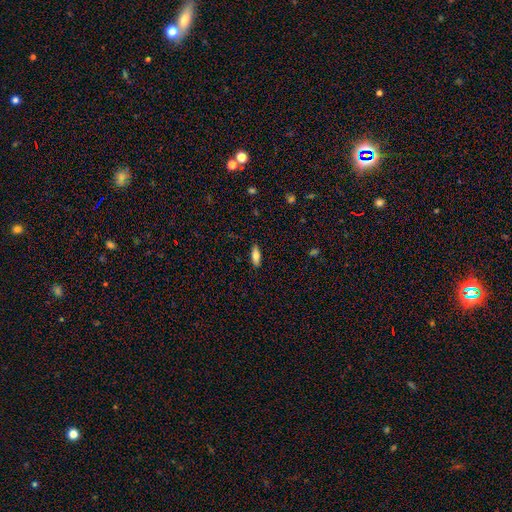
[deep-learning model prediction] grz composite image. It shows a smooth galaxy with no disk features (78%) that is in between round and cigar-shaped (69%). Merging: none (87%).